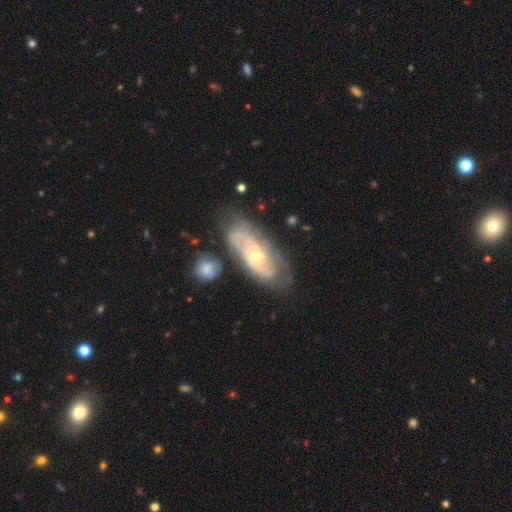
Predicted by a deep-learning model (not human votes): Smooth or featured: featured or disk — 79% (smooth — 15%)
Edge-on disk: no — 91% (yes — 9%)
Bar: no — 73% (weak — 22%)
Spiral arms: yes — 85% (no — 15%)
Spiral winding: tight — 64% (medium — 27%)
Spiral arm count: can't tell — 50% (2 — 28%)
Bulge size: small — 51% (moderate — 46%)
Merging: none — 64% (minor disturbance — 20%)